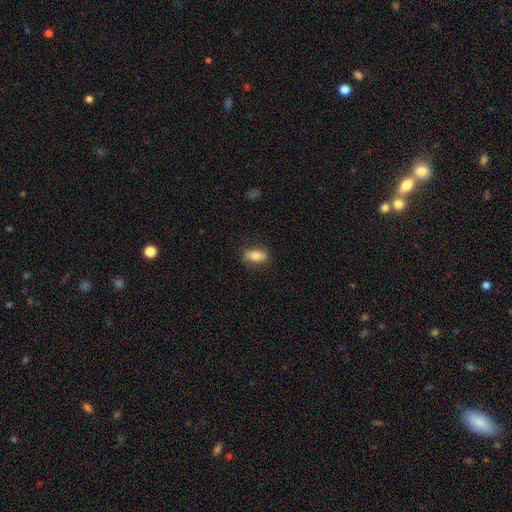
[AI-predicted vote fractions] Smooth or featured: smooth — 76% (featured or disk — 17%)
How rounded: in between — 83% (cigar-shaped — 12%)
Merging: none — 85% (minor disturbance — 12%)